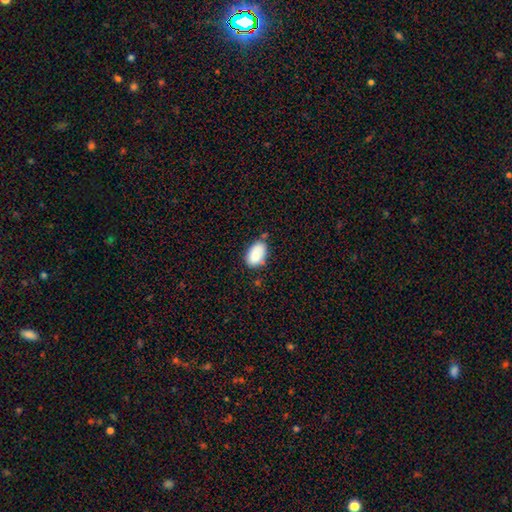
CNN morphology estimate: This appears to be a smooth galaxy with no disk features (85%) that is in between round and cigar-shaped (89%). Merging: none (63%).